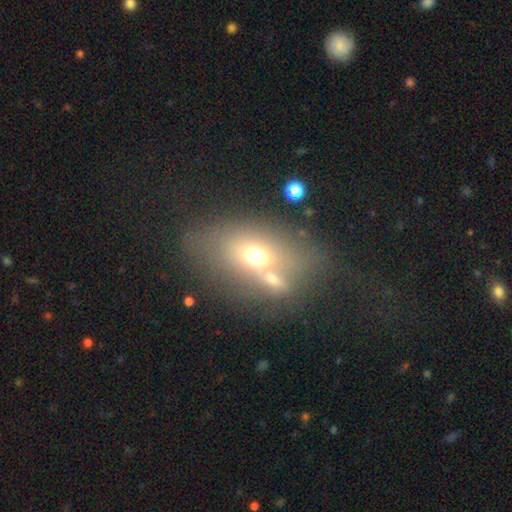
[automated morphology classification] Q: Smooth or featured?
A: smooth (59%); runner-up: featured or disk (26%)
Q: How rounded?
A: in between (73%); runner-up: round (24%)
Q: Merging?
A: none (39%); runner-up: merger (36%)